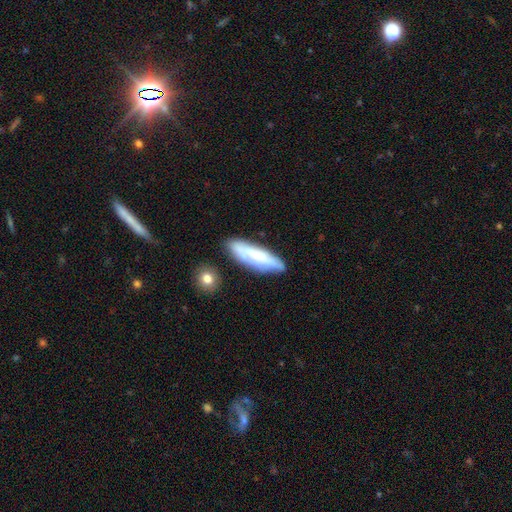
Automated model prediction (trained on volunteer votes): This is possibly a smooth galaxy (54%). How rounded: likely cigar-shaped (64%). Merging: likely none (74%).